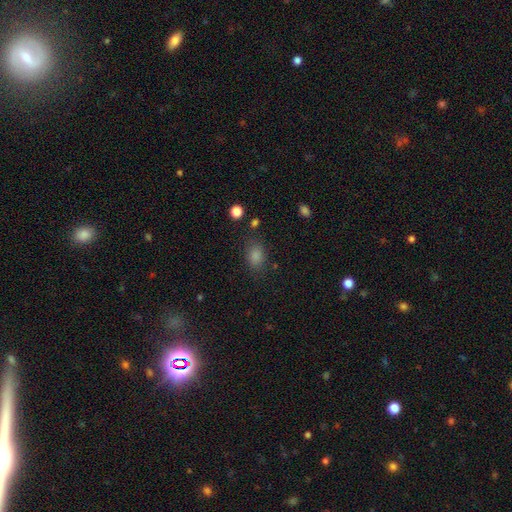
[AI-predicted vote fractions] This appears to be a smooth galaxy with no disk features (83%) that is in between round and cigar-shaped (69%). Merging: none (76%).